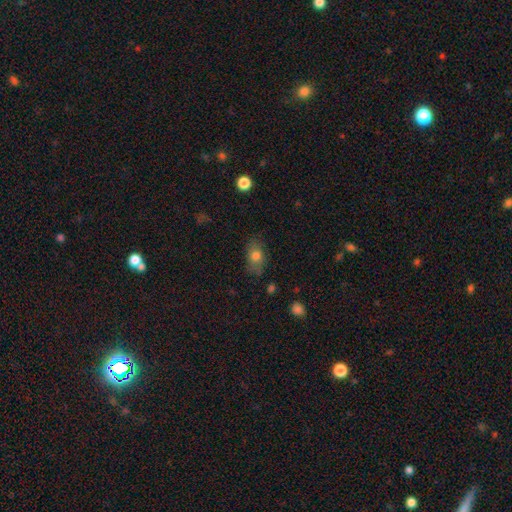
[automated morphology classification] A smooth galaxy with no disk features (75%) that is in between round and cigar-shaped (82%). Merging: none (77%).